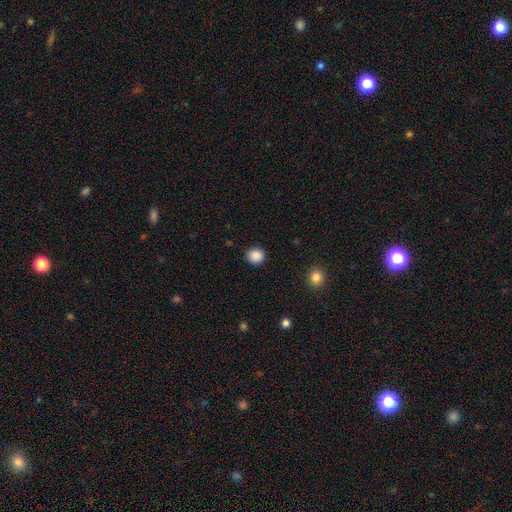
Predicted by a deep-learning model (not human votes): This is clearly a smooth galaxy (88%). How rounded: clearly round (90%). Merging: clearly none (91%).